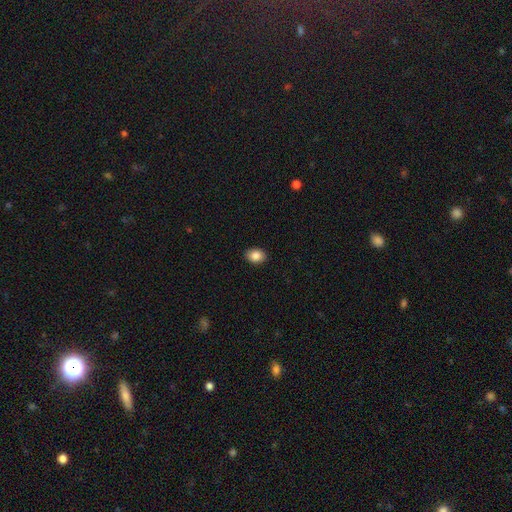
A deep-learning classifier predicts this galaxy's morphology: Overall: smooth (87%). How rounded: in between (72%). Merging: none (90%).